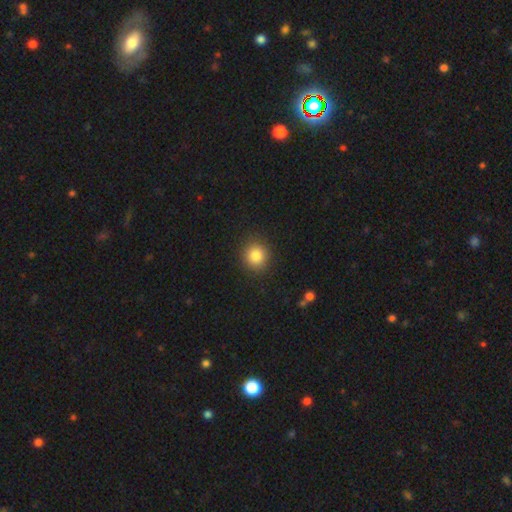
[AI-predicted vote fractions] Morphology: type=smooth (84%); roundness=round (88%); merging=none (89%).